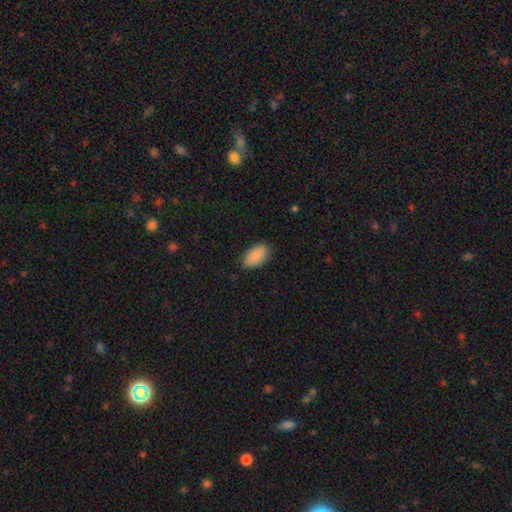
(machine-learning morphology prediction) smooth_or_featured: smooth (p=0.89) [alt: star or artifact p=0.06]
how_rounded: in between (p=0.94) [alt: cigar-shaped p=0.03]
merging: none (p=0.84) [alt: minor disturbance p=0.12]